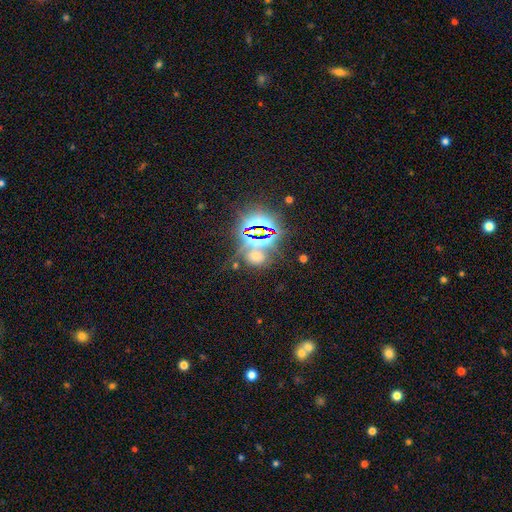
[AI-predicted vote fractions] This appears to be a star or artifact, not a galaxy (59%).